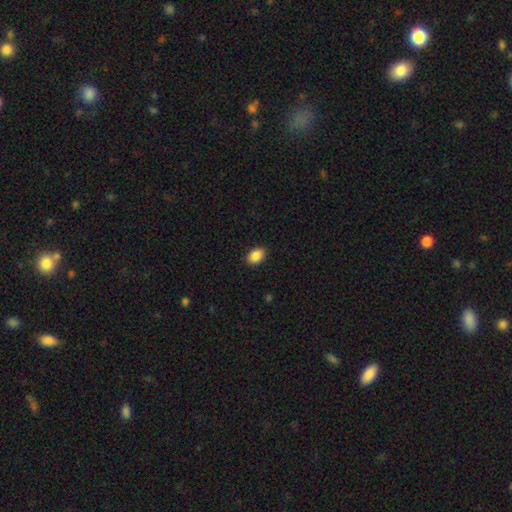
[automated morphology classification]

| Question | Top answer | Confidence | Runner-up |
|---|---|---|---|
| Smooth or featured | smooth | 89% | star or artifact (8%) |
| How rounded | in between | 81% | round (18%) |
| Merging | none | 90% | minor disturbance (8%) |